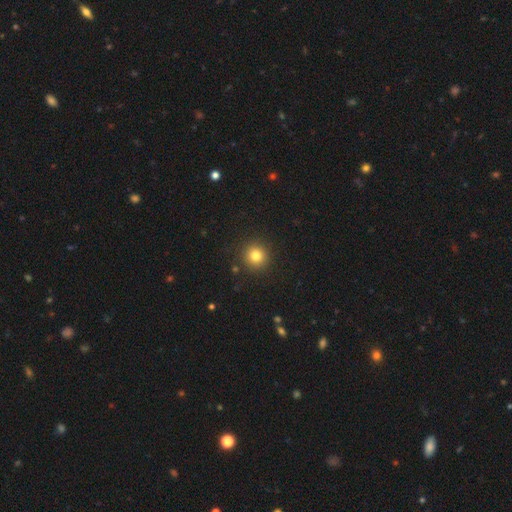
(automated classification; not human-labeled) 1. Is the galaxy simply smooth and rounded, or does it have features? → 81% smooth, 13% star or artifact, 7% featured or disk.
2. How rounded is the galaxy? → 94% round, 5% in between, 1% cigar-shaped.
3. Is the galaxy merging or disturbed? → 91% none, 6% minor disturbance, 2% major disturbance, 1% merger.